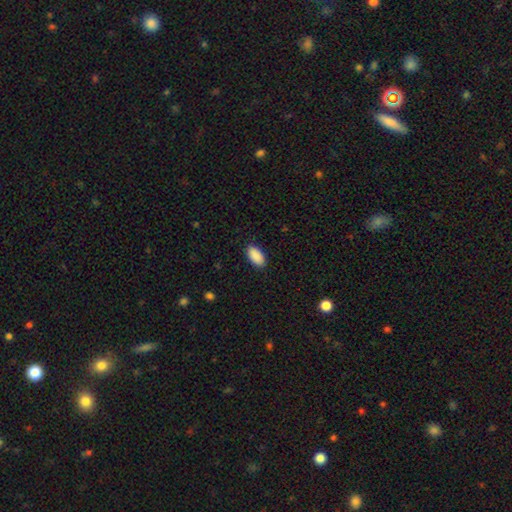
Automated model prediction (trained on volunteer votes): Smooth or featured: smooth — 91% (star or artifact — 6%)
How rounded: in between — 95% (cigar-shaped — 3%)
Merging: none — 88% (minor disturbance — 9%)